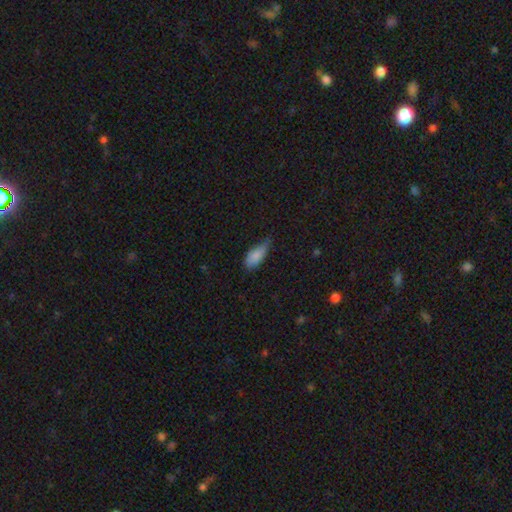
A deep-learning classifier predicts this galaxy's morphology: The model was most divided on "merging": minor disturbance: 49%, none: 38%, major disturbance: 11%, merger: 2%. More confident: how rounded — in between (85%); smooth or featured — smooth (84%).